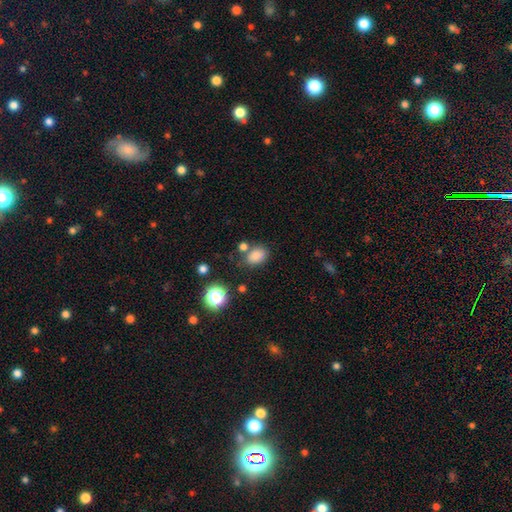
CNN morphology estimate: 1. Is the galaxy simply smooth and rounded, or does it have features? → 81% smooth, 13% star or artifact, 6% featured or disk.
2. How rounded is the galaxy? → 75% in between, 24% round, 1% cigar-shaped.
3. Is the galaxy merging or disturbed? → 68% none, 15% minor disturbance, 12% merger, 5% major disturbance.